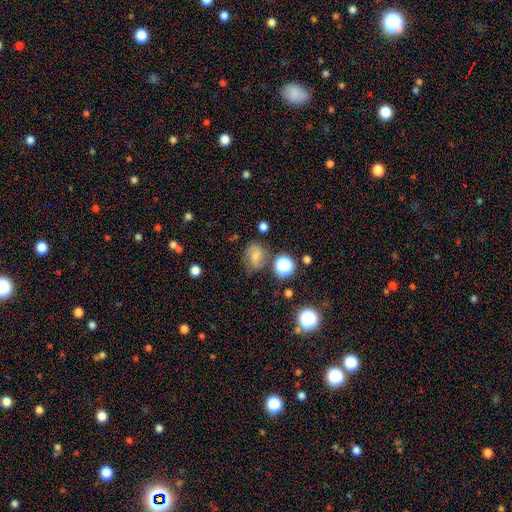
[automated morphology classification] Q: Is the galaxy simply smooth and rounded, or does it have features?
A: smooth — 54%.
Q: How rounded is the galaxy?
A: round — 53%.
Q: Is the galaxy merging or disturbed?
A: none — 64%.